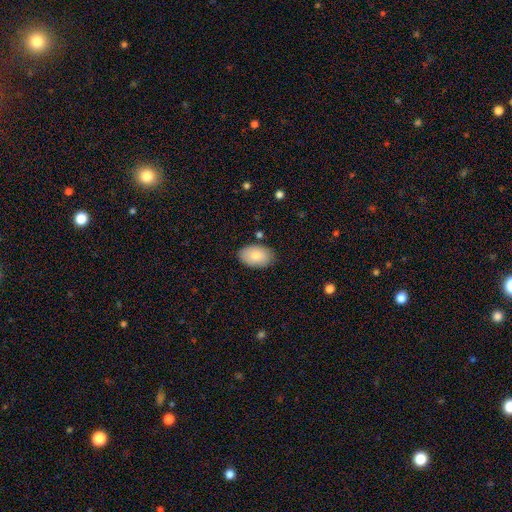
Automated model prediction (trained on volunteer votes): smooth_or_featured: smooth (p=0.82) [alt: featured or disk p=0.11]
how_rounded: in between (p=0.92) [alt: round p=0.07]
merging: none (p=0.83) [alt: minor disturbance p=0.13]